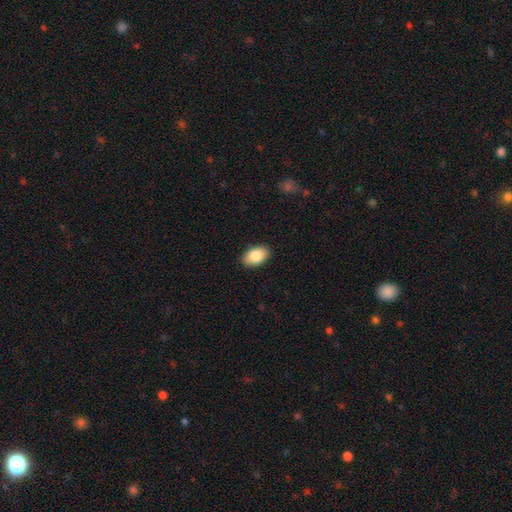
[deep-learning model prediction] Smooth or featured?
  - smooth: 86% *
  - featured or disk: 8%
  - star or artifact: 7%
How rounded?
  - in between: 93% *
  - round: 6%
  - cigar-shaped: 1%
Merging?
  - none: 90% *
  - minor disturbance: 8%
  - major disturbance: 2%
  - merger: 1%